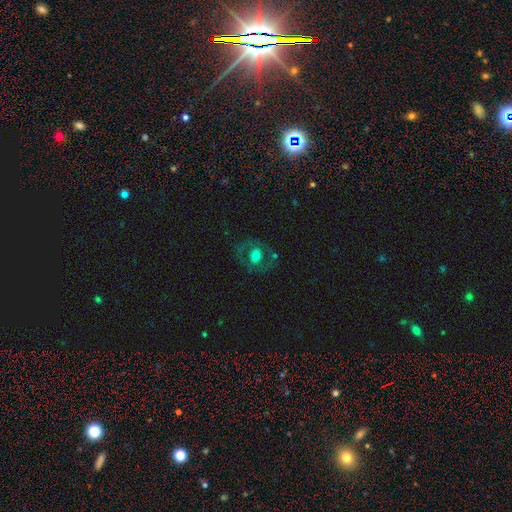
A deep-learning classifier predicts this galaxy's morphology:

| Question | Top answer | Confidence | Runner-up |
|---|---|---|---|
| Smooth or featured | featured or disk | 47% | smooth (43%) |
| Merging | none | 70% | minor disturbance (15%) |